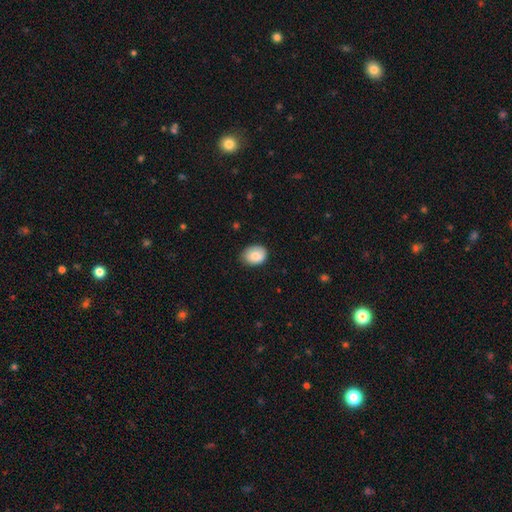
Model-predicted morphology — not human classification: Smooth or featured: smooth — 84% (featured or disk — 9%)
How rounded: in between — 56% (round — 43%)
Merging: none — 77% (minor disturbance — 19%)